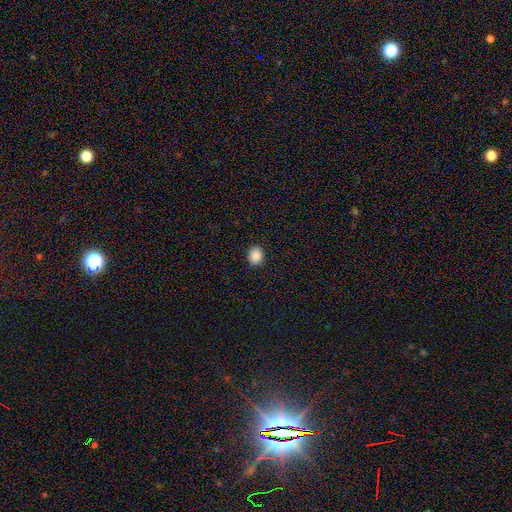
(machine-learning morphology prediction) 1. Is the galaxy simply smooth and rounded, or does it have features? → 88% smooth, 9% star or artifact, 3% featured or disk.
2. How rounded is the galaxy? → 65% round, 34% in between, 1% cigar-shaped.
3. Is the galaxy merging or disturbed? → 91% none, 7% minor disturbance, 2% major disturbance, 1% merger.